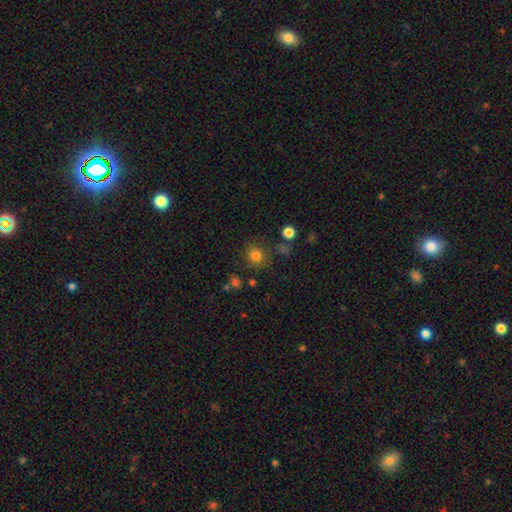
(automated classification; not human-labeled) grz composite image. It shows a smooth galaxy with no disk features (80%) that is round (86%). Merging: none (78%).